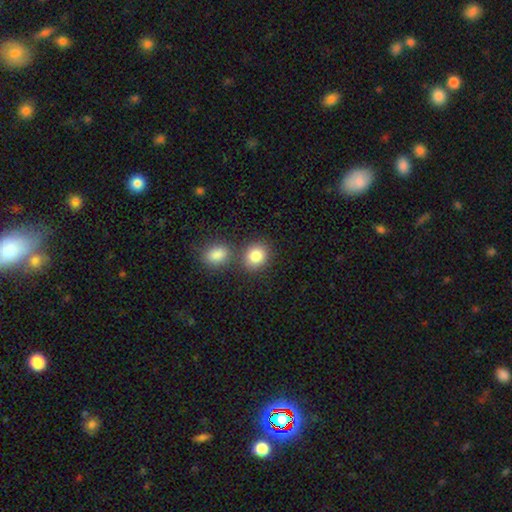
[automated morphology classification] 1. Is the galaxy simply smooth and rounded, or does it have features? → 85% smooth, 9% star or artifact, 7% featured or disk.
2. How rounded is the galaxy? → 66% round, 33% in between, 1% cigar-shaped.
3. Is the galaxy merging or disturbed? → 64% none, 24% merger, 9% minor disturbance, 3% major disturbance.